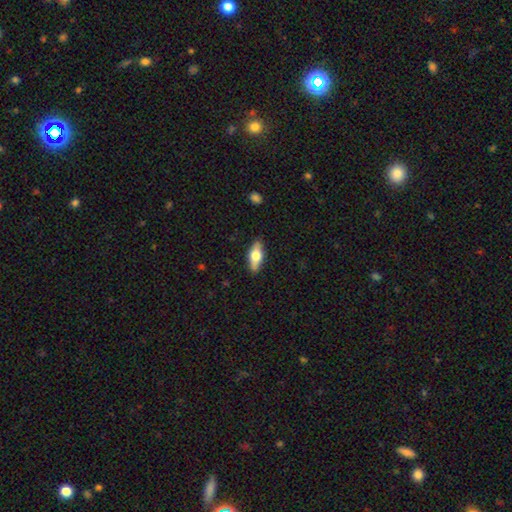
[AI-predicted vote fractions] Smooth or featured? Predicted: smooth (p=0.56). How rounded? Predicted: in between (p=0.71). Merging? Predicted: none (p=0.87).